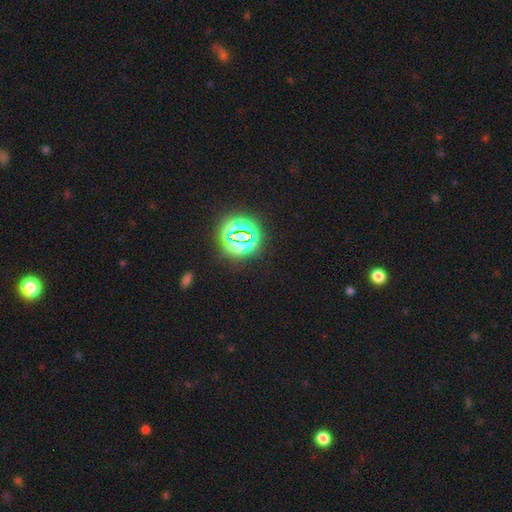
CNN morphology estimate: smooth_or_featured: star or artifact (p=0.79) [alt: smooth p=0.15]